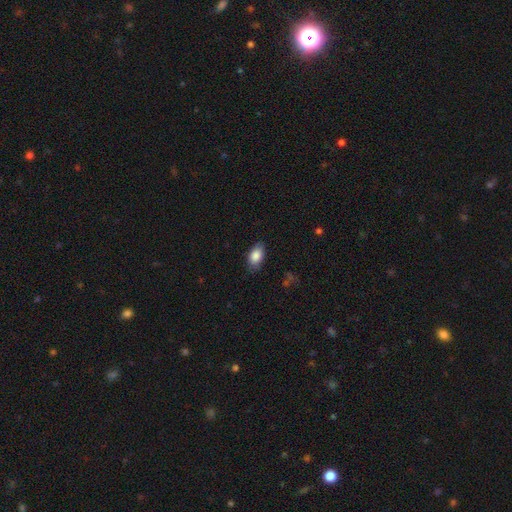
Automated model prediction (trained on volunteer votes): This is clearly a smooth galaxy (86%). How rounded: clearly in between (91%). Merging: likely none (80%).